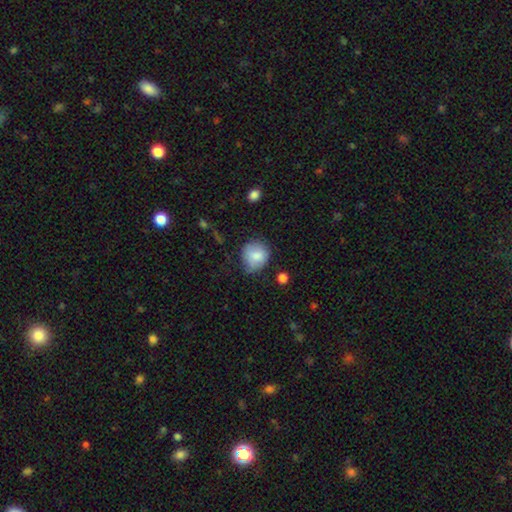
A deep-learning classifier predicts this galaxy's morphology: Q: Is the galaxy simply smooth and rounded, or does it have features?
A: smooth — 82%.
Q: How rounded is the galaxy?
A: round — 78%.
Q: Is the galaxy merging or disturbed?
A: none — 65%.